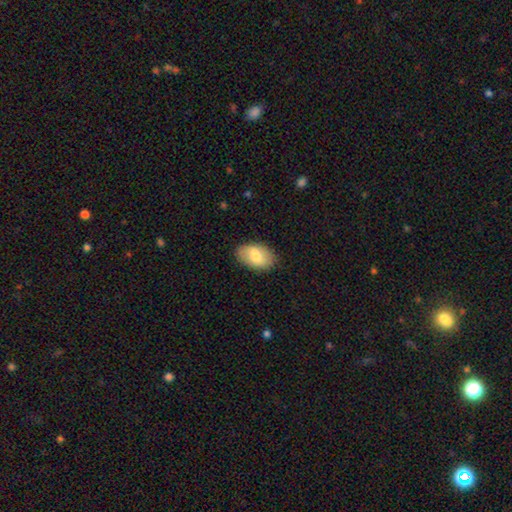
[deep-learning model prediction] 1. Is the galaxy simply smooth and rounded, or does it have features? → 72% smooth, 22% featured or disk, 6% star or artifact.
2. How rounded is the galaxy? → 92% in between, 7% round, 1% cigar-shaped.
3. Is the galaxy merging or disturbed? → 85% none, 11% minor disturbance, 3% major disturbance, 1% merger.